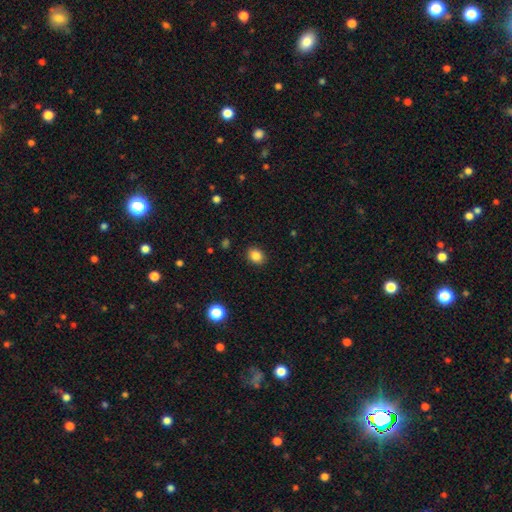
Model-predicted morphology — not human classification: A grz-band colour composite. It shows a smooth galaxy with no disk features (86%) that is in between round and cigar-shaped (54%). Merging: none (89%).